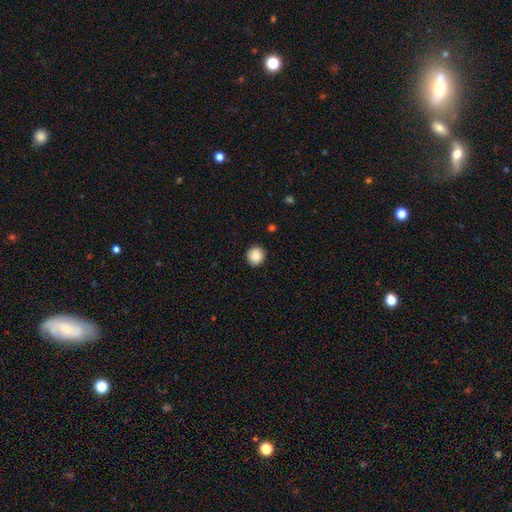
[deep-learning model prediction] Smooth or featured? Predicted: smooth (p=0.88). How rounded? Predicted: round (p=0.92). Merging? Predicted: none (p=0.90).